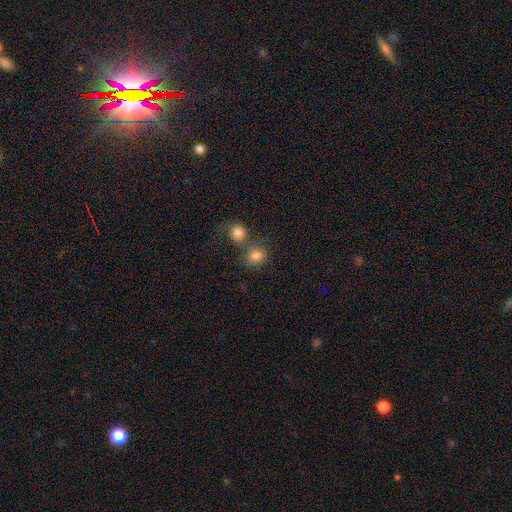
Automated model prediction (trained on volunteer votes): This is clearly a smooth galaxy (81%). How rounded: likely round (70%). Merging: marginally merger (43%).